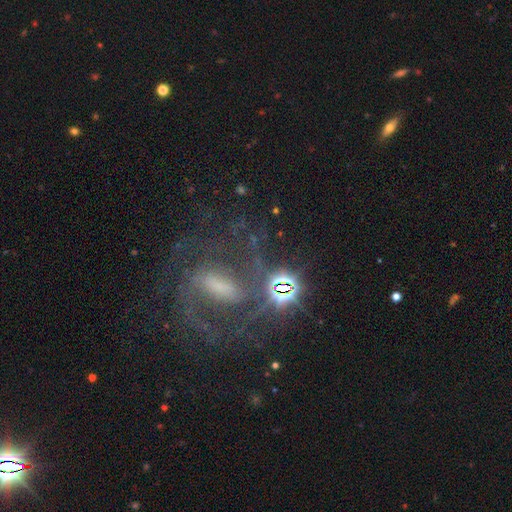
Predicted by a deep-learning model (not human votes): smooth_or_featured: featured or disk (p=0.78) [alt: star or artifact p=0.14]
disk_edge_on: no (p=0.94) [alt: yes p=0.06]
bar: strong (p=0.47) [alt: weak p=0.39]
has_spiral_arms: yes (p=0.92) [alt: no p=0.08]
spiral_winding: medium (p=0.53) [alt: tight p=0.29]
spiral_arm_count: 2 (p=0.77) [alt: can't tell p=0.12]
bulge_size: small (p=0.42) [alt: moderate p=0.31]
merging: none (p=0.58) [alt: merger p=0.15]